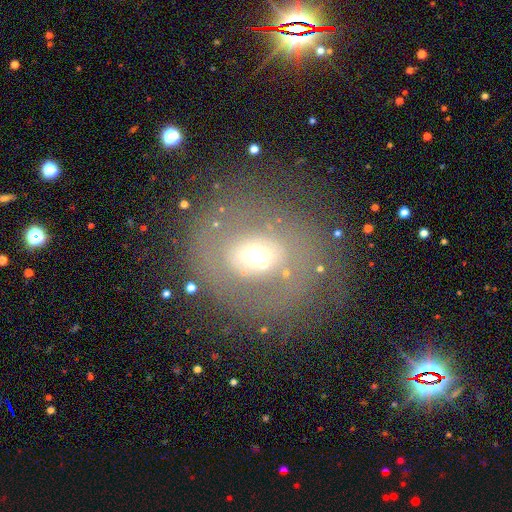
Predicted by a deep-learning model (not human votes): smooth-or-featured: featured or disk: 47% | smooth: 38% | star or artifact: 15%
  merging: none: 64% | minor disturbance: 16% | major disturbance: 14% | merger: 5%